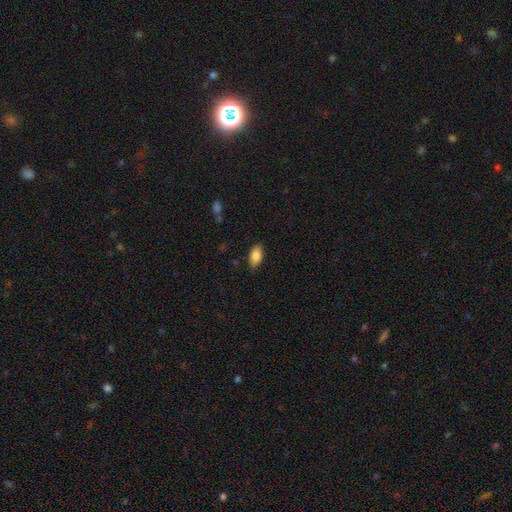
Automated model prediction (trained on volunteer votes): A smooth galaxy with no disk features (86%) that is in between round and cigar-shaped (93%).

Vote fractions:
- Smooth or featured? smooth: 86% / star or artifact: 7% / featured or disk: 7%
- How rounded? in between: 93% / cigar-shaped: 4% / round: 3%
- Merging? none: 84% / minor disturbance: 12% / major disturbance: 2% / merger: 1%